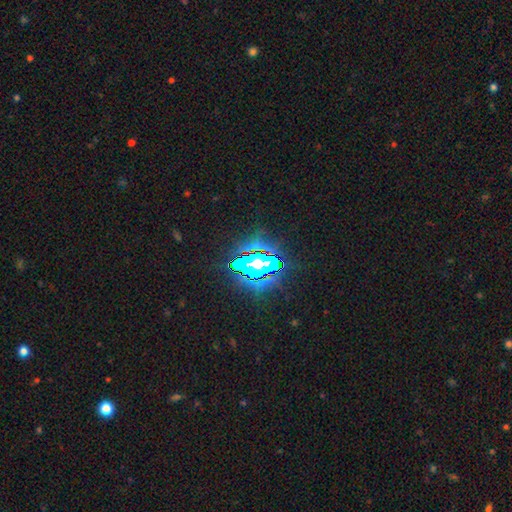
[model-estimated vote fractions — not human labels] star or artifact 81%, smooth 11%, featured or disk 8%.